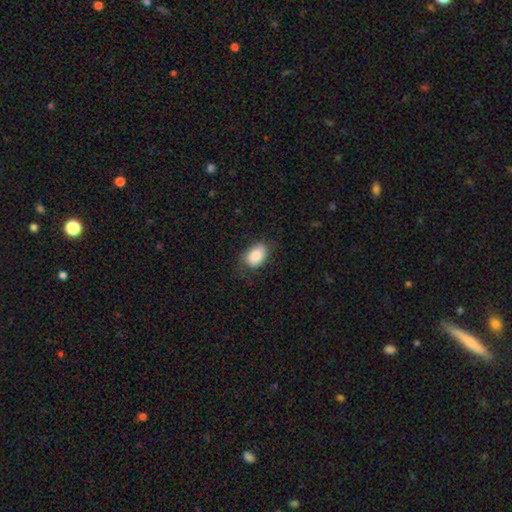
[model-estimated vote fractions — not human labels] Morphology: type=smooth (87%); roundness=in between (82%); merging=none (72%).